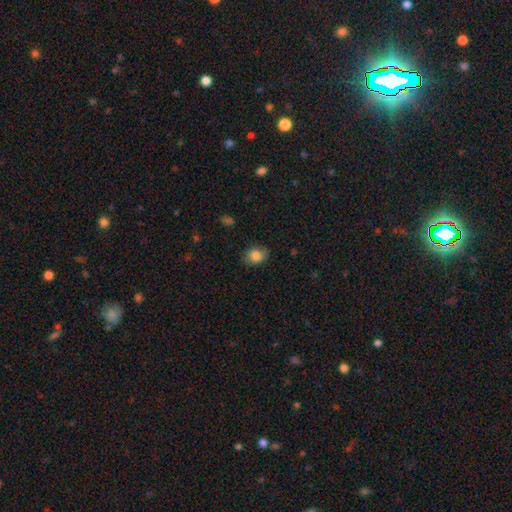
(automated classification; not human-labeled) Q: Smooth or featured?
A: smooth (84%); runner-up: star or artifact (9%)
Q: How rounded?
A: in between (62%); runner-up: round (37%)
Q: Merging?
A: none (81%); runner-up: minor disturbance (15%)